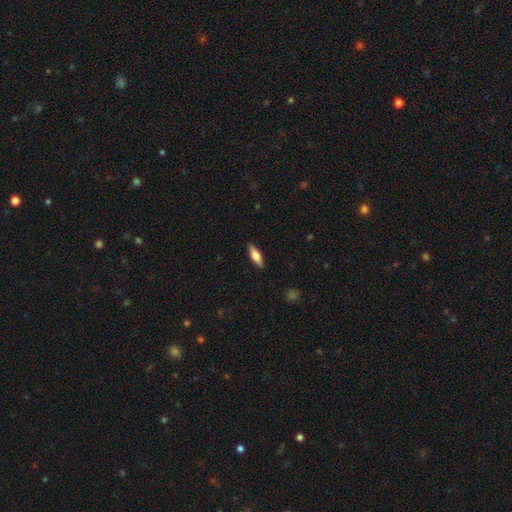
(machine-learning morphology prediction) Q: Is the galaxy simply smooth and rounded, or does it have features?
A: smooth — 62%.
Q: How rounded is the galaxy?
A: in between — 57%.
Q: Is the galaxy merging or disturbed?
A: none — 89%.